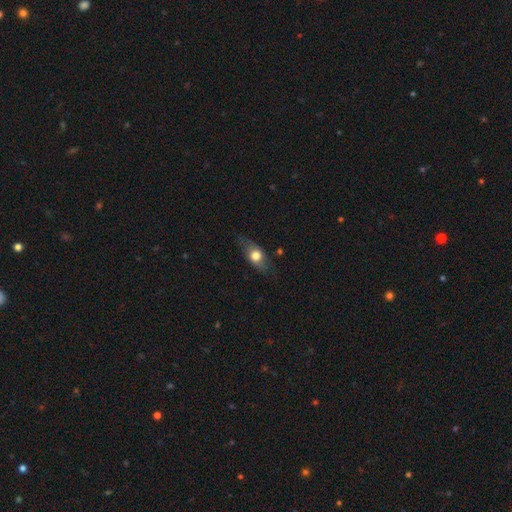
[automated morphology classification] Q: Smooth or featured?
A: smooth (62%); runner-up: featured or disk (31%)
Q: How rounded?
A: in between (68%); runner-up: round (18%)
Q: Merging?
A: none (72%); runner-up: minor disturbance (20%)